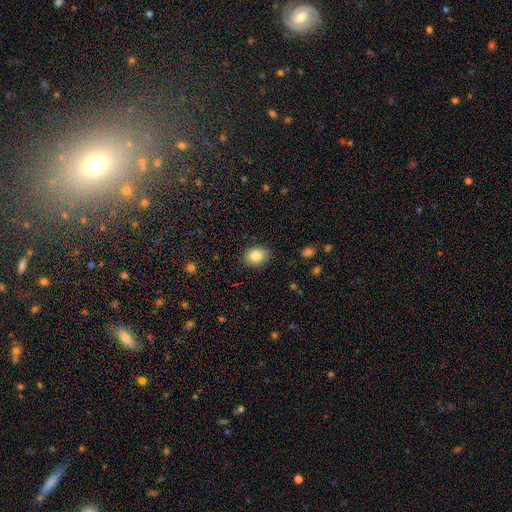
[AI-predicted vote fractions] Q: Smooth or featured?
A: smooth (85%); runner-up: star or artifact (8%)
Q: How rounded?
A: in between (64%); runner-up: round (36%)
Q: Merging?
A: none (86%); runner-up: minor disturbance (11%)